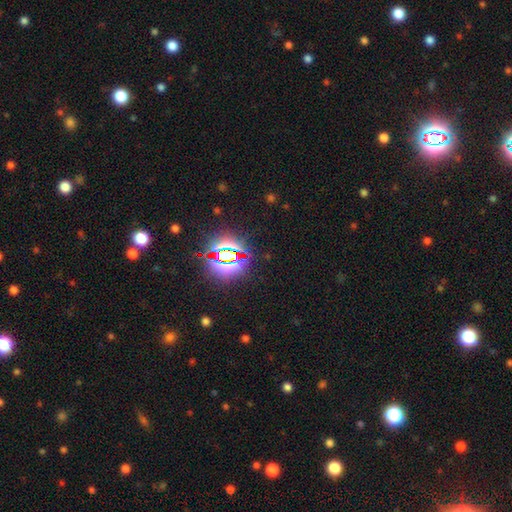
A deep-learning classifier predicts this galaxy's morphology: smooth-or-featured: star or artifact: 83% | smooth: 10% | featured or disk: 7%